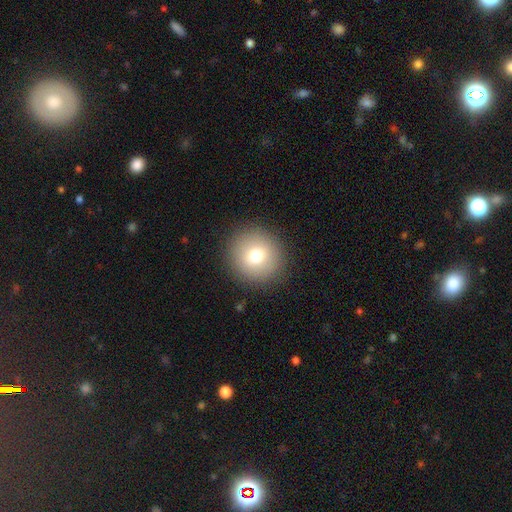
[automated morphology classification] smooth 75%, featured or disk 13%, star or artifact 12%. Down the decision tree: how rounded — round (95%); merging — none (91%).